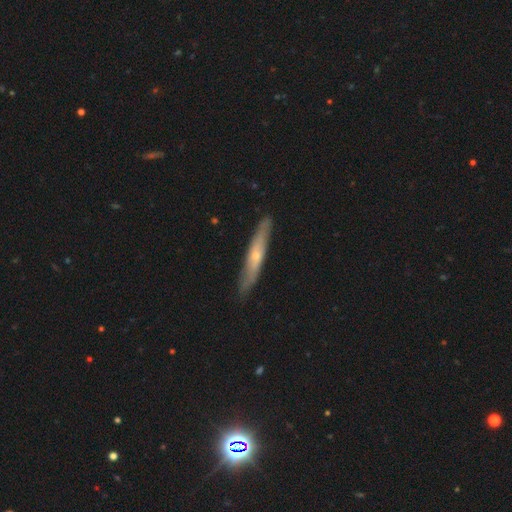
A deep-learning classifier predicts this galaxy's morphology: smooth-or-featured: featured or disk: 59% | smooth: 36% | star or artifact: 6%
  disk-edge-on: yes: 80% | no: 20%
  merging: none: 87% | minor disturbance: 10% | major disturbance: 2% | merger: 1%